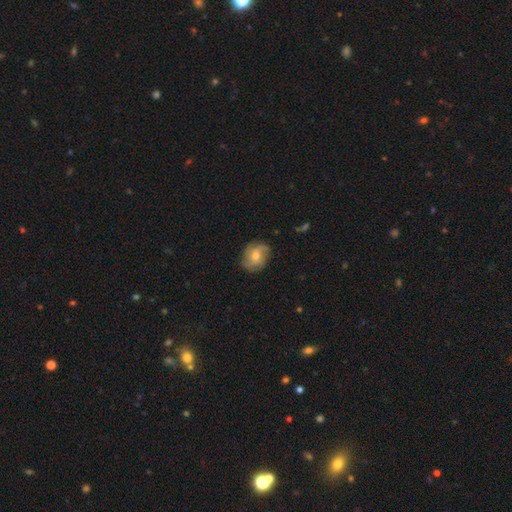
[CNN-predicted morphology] Smooth or featured: featured or disk — 63% (smooth — 28%)
Edge-on disk: no — 97% (yes — 3%)
Bar: no — 74% (weak — 22%)
Spiral arms: yes — 89% (no — 11%)
Spiral winding: medium — 41% (tight — 36%)
Spiral arm count: 3 — 37% (can't tell — 23%)
Bulge size: moderate — 58% (small — 37%)
Merging: none — 74% (minor disturbance — 19%)